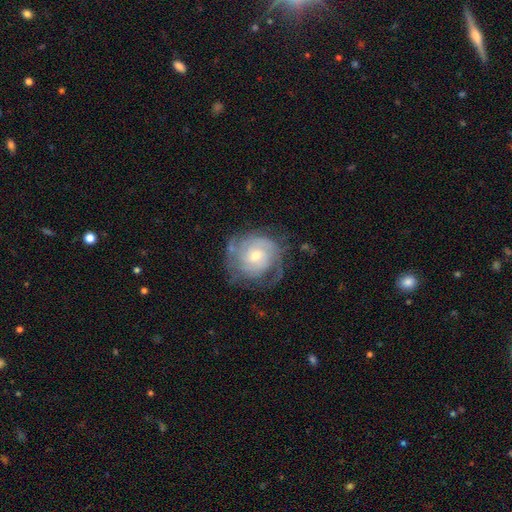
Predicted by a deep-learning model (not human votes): Overall: featured or disk (75%). Edge-on disk: no (97%). Bar: no (69%). Spiral arms: yes (89%). Spiral arm count: can't tell (43%; 2 25%). Spiral winding: tight (63%; medium 27%). Bulge size: small (49%; moderate 46%). Merging: none (60%; minor disturbance 22%).